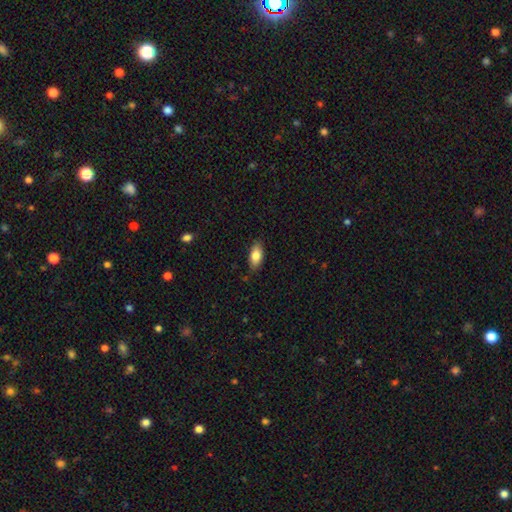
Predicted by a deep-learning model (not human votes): smooth_or_featured: smooth (p=0.81) [alt: featured or disk p=0.12]
how_rounded: in between (p=0.87) [alt: cigar-shaped p=0.09]
merging: none (p=0.84) [alt: minor disturbance p=0.12]